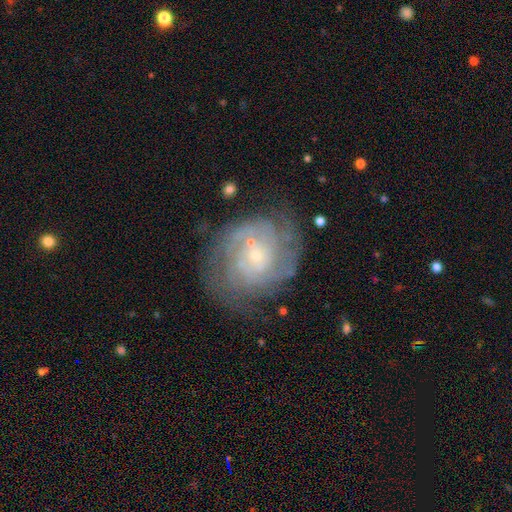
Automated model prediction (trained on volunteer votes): smooth-or-featured: featured or disk: 80% | smooth: 12% | star or artifact: 7%
  disk-edge-on: no: 98% | yes: 2%
    bar: no: 75% | weak: 21% | strong: 4%
    has-spiral-arms: yes: 91% | no: 9%
      spiral-winding: tight: 65% | medium: 27% | loose: 7%
      spiral-arm-count: can't tell: 37% | 2: 23% | 3: 18% | 4: 11% | more than 4: 6% | 1: 6%
    bulge-size: small: 76% | moderate: 18% | none: 3% | large: 2% | dominant: 1%
  merging: none: 66% | minor disturbance: 18% | major disturbance: 10% | merger: 6%